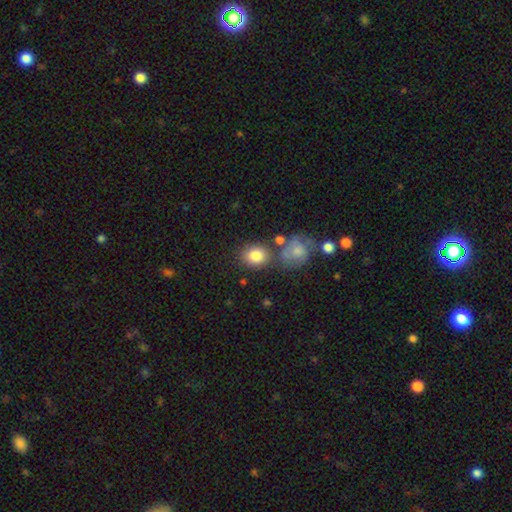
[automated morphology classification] Smooth or featured? Predicted: smooth (p=0.83). How rounded? Predicted: round (p=0.56). Merging? Predicted: none (p=0.67).